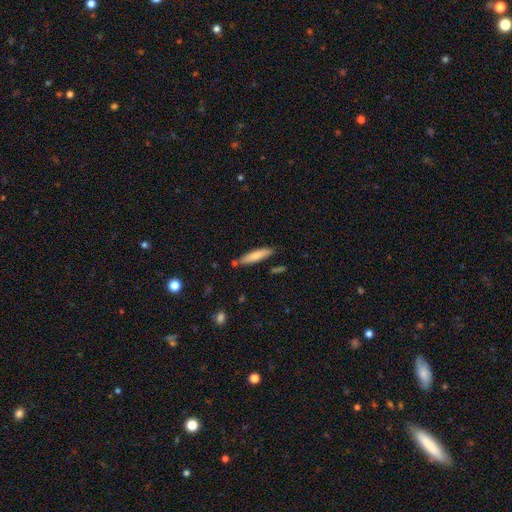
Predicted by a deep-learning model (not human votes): Smooth or featured: smooth — 74% (featured or disk — 20%)
How rounded: cigar-shaped — 82% (in between — 17%)
Merging: none — 82% (minor disturbance — 12%)